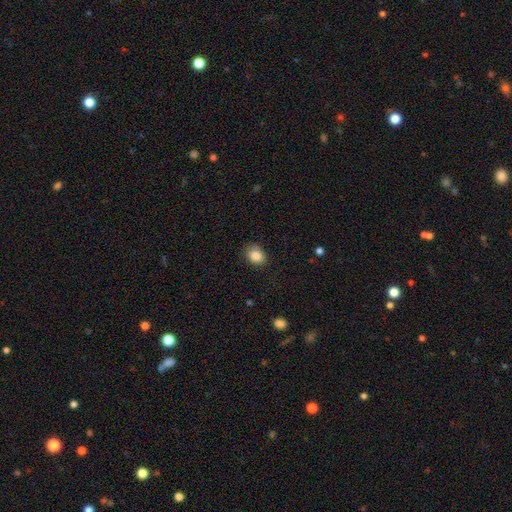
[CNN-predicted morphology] smooth-or-featured: smooth: 85% | star or artifact: 9% | featured or disk: 6%
  how-rounded: in between: 62% | round: 37% | cigar-shaped: 1%
  merging: none: 74% | minor disturbance: 20% | major disturbance: 4% | merger: 1%